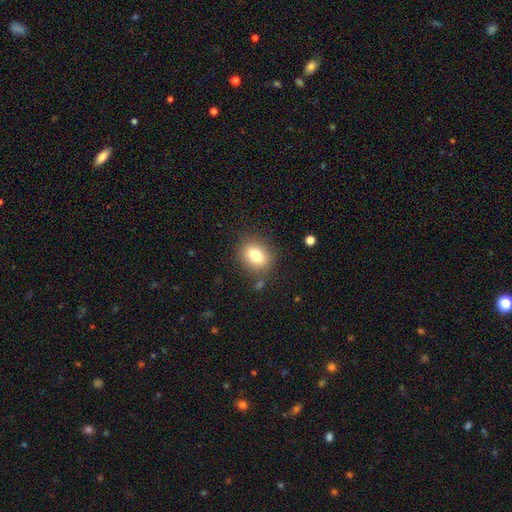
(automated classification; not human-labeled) smooth-or-featured: smooth: 80% | star or artifact: 10% | featured or disk: 9%
  how-rounded: round: 50% | in between: 49% | cigar-shaped: 1%
  merging: none: 83% | minor disturbance: 11% | major disturbance: 4% | merger: 3%